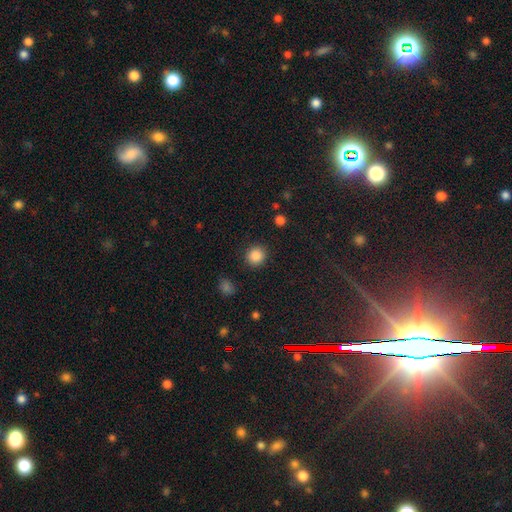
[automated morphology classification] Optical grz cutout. It shows a smooth galaxy with no disk features (87%) that is round (90%). Merging: none (90%).